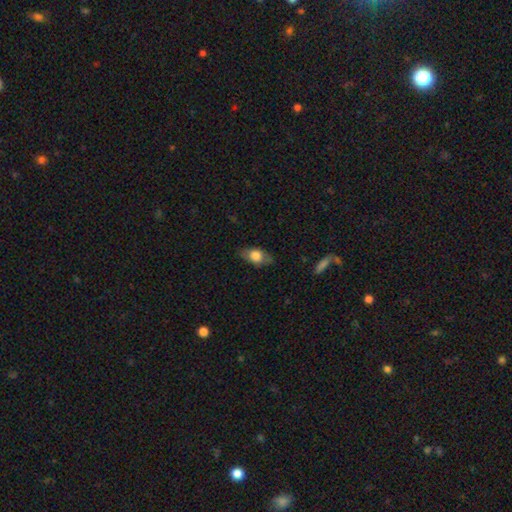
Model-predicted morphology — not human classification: type=smooth (71%); roundness=in between (84%); merging=none (76%).